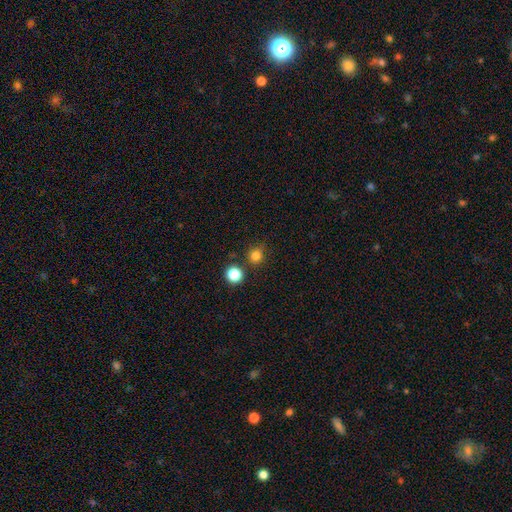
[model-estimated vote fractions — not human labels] Overall: smooth (80%). How rounded: round (92%). Merging: none (81%).